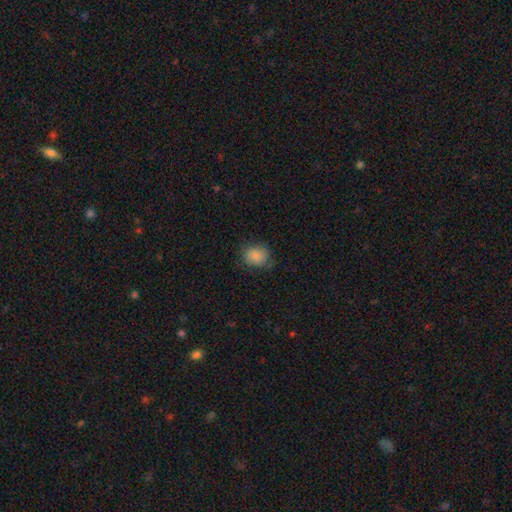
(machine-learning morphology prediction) Smooth or featured? smooth (86%)
How rounded? round (72%)
Merging? none (76%)